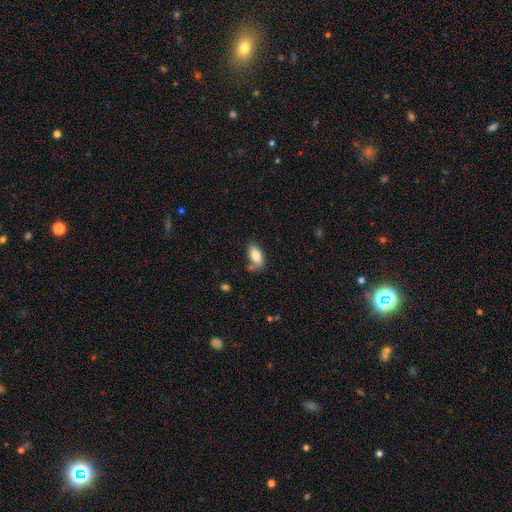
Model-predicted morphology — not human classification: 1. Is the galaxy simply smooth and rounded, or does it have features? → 83% smooth, 10% featured or disk, 7% star or artifact.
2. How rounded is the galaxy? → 89% in between, 8% cigar-shaped, 3% round.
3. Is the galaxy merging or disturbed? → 72% none, 17% minor disturbance, 7% merger, 4% major disturbance.